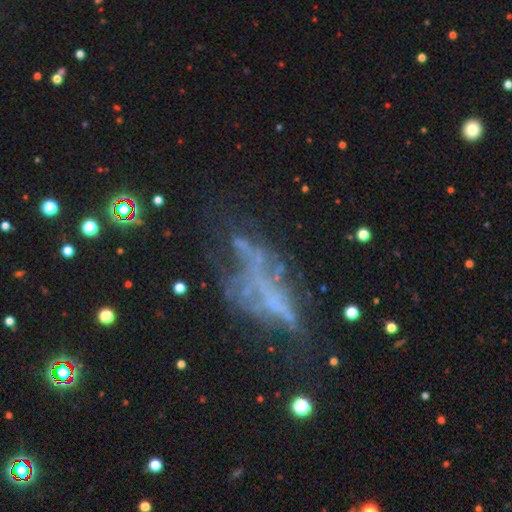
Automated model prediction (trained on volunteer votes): Smooth or featured? featured or disk (55%)
Edge-on disk? no (86%)
Merging? major disturbance (38%)